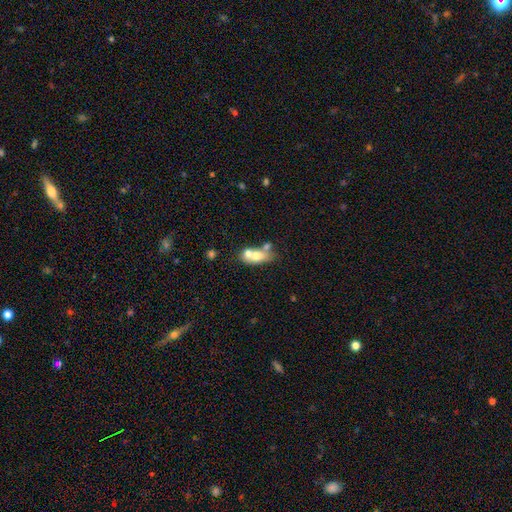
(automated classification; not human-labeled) smooth-or-featured: smooth: 63% | featured or disk: 28% | star or artifact: 9%
  how-rounded: in between: 72% | round: 17% | cigar-shaped: 11%
  merging: merger: 49% | none: 34% | minor disturbance: 11% | major disturbance: 6%